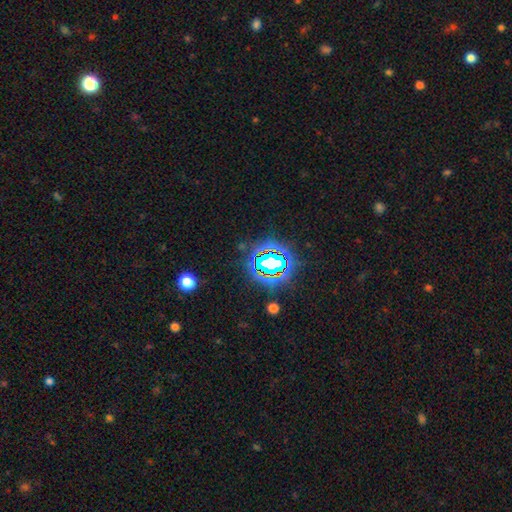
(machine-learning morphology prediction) star or artifact 79%, smooth 13%, featured or disk 8%.